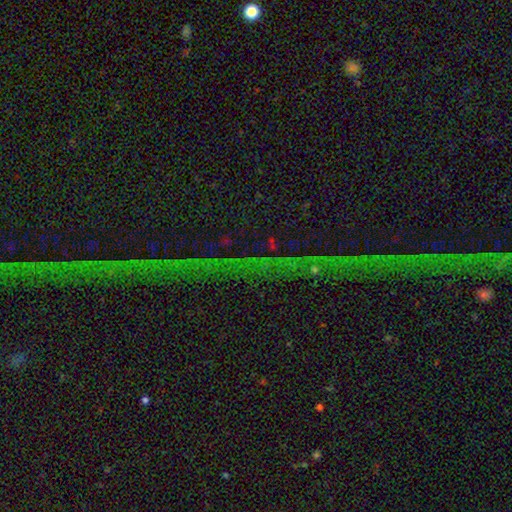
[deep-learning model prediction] Smooth or featured? star or artifact (77%)